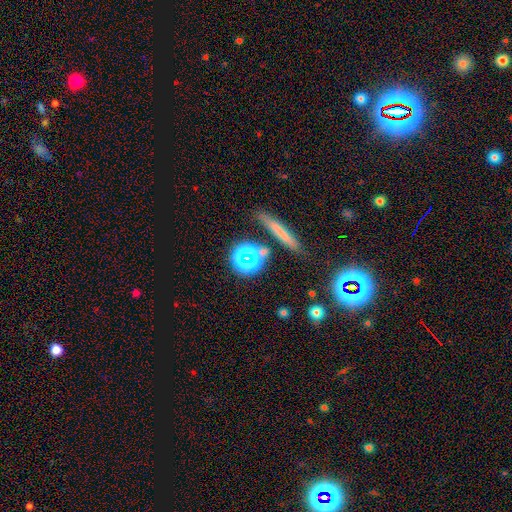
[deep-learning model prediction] Smooth or featured?
  - smooth: 45% *
  - star or artifact: 40%
  - featured or disk: 15%
Merging?
  - none: 77% *
  - minor disturbance: 11%
  - merger: 7%
  - major disturbance: 5%